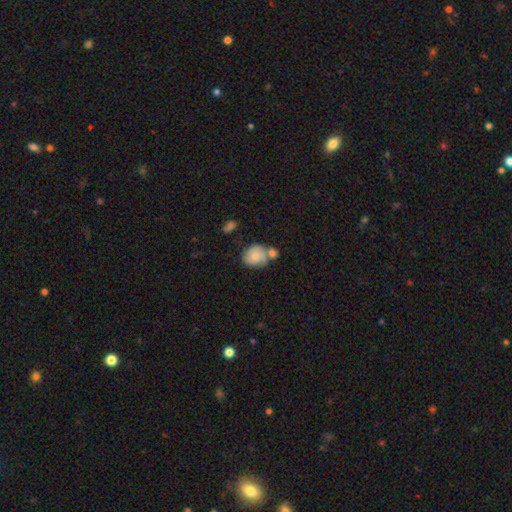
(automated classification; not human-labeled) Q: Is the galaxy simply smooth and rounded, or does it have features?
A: smooth — 62%.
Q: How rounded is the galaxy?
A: round — 60%.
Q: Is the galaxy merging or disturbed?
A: none — 39%.